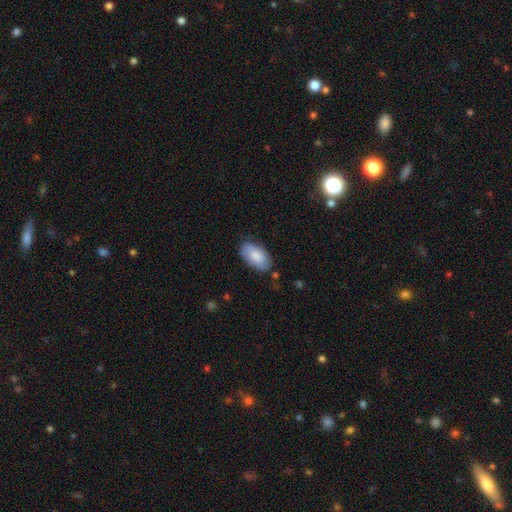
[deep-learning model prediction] Q: Smooth or featured?
A: smooth (76%); runner-up: featured or disk (18%)
Q: How rounded?
A: in between (94%); runner-up: round (4%)
Q: Merging?
A: none (74%); runner-up: minor disturbance (20%)